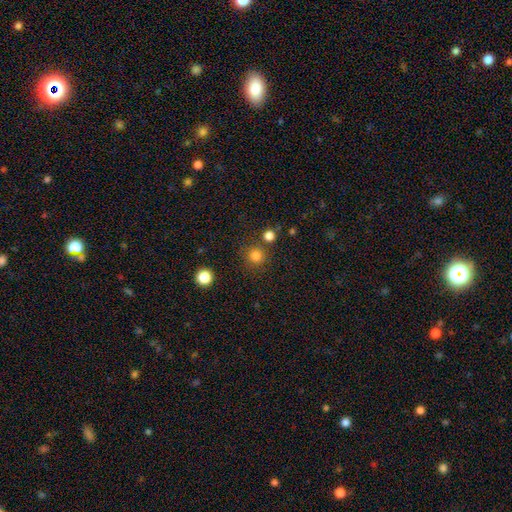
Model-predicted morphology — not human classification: A smooth galaxy with no disk features (82%) that is round (94%).

Vote fractions:
- Smooth or featured? smooth: 82% / star or artifact: 14% / featured or disk: 4%
- How rounded? round: 94% / in between: 5% / cigar-shaped: 1%
- Merging? none: 80% / merger: 8% / minor disturbance: 8% / major disturbance: 3%